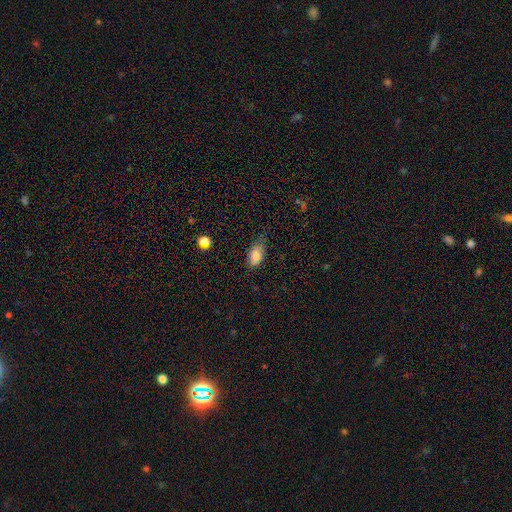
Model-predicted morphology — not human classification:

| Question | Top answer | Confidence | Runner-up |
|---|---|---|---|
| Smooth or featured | smooth | 82% | featured or disk (9%) |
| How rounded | in between | 89% | cigar-shaped (5%) |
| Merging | none | 57% | minor disturbance (33%) |